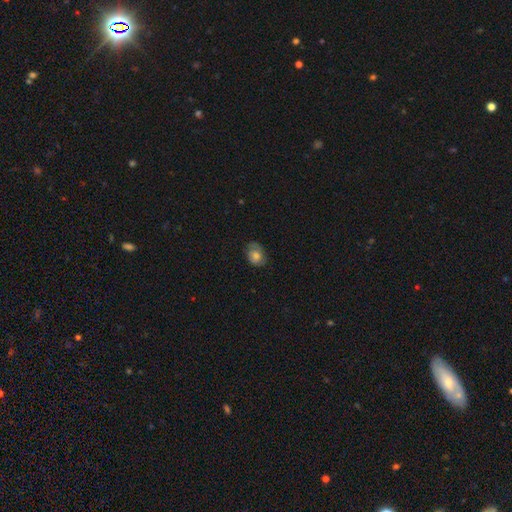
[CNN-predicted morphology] Smooth or featured? smooth (59%)
How rounded? in between (61%)
Merging? none (67%)